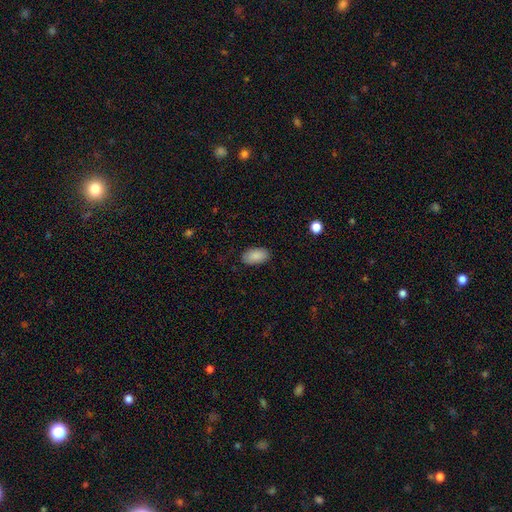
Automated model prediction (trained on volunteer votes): smooth_or_featured: smooth (p=0.88) [alt: star or artifact p=0.07]
how_rounded: in between (p=0.94) [alt: round p=0.04]
merging: none (p=0.86) [alt: minor disturbance p=0.10]